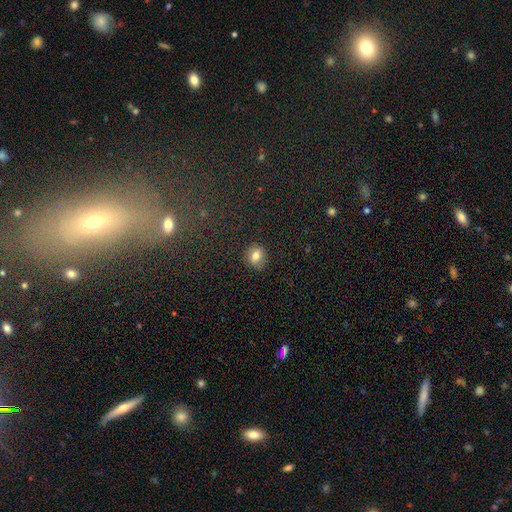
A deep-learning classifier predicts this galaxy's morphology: smooth_or_featured: smooth (p=0.77) [alt: featured or disk p=0.11]
how_rounded: round (p=0.70) [alt: in between p=0.29]
merging: none (p=0.86) [alt: minor disturbance p=0.10]